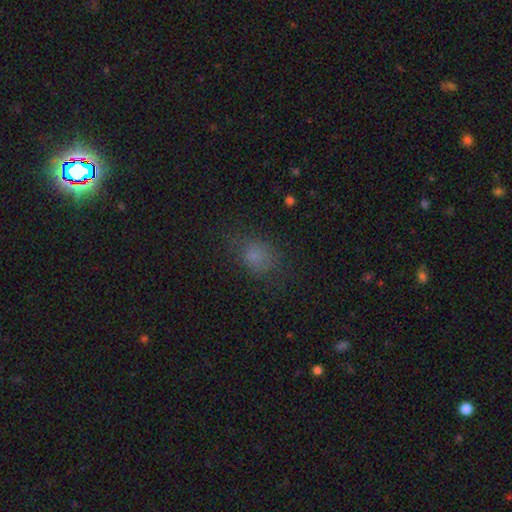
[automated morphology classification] Smooth or featured? smooth (75%)
How rounded? in between (52%)
Merging? none (68%)